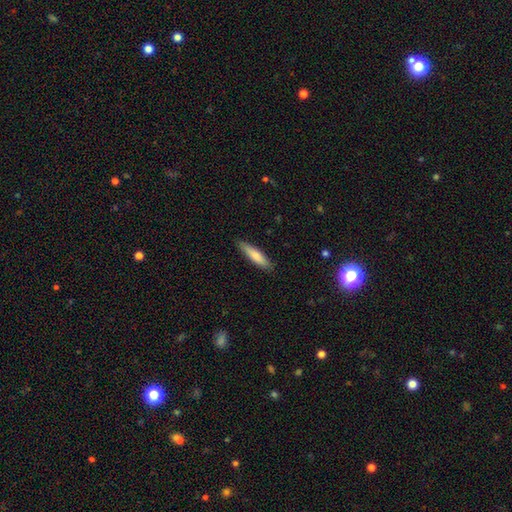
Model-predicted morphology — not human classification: smooth-or-featured: smooth: 77% | featured or disk: 18% | star or artifact: 6%
  how-rounded: cigar-shaped: 80% | in between: 19% | round: 1%
  merging: none: 87% | minor disturbance: 10% | major disturbance: 2% | merger: 1%